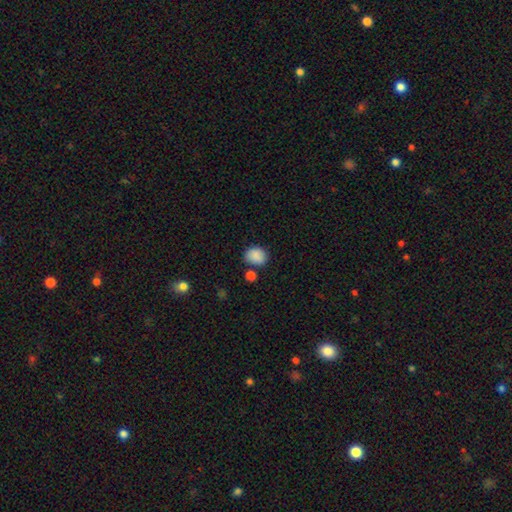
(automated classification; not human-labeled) Smooth or featured: smooth — 87% (star or artifact — 8%)
How rounded: round — 64% (in between — 35%)
Merging: none — 72% (minor disturbance — 16%)